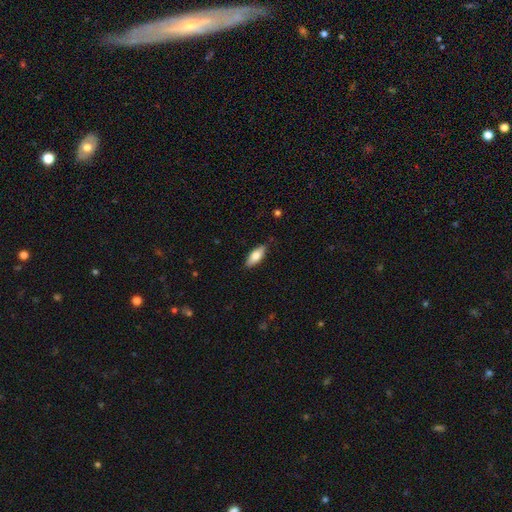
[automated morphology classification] The model was most divided on "smooth or featured": smooth: 72%, featured or disk: 22%, star or artifact: 6%. More confident: merging — none (85%); how rounded — in between (74%).